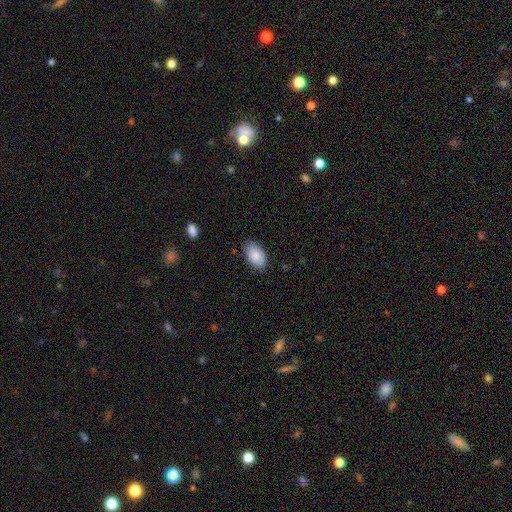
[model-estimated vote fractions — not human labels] Overall: smooth (87%). How rounded: in between (94%). Merging: none (82%).